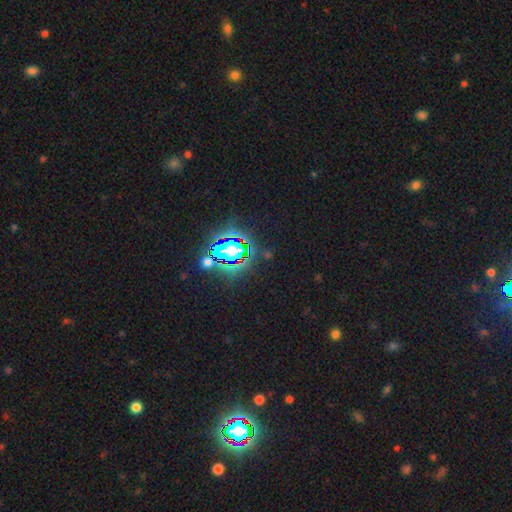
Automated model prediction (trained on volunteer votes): Q: Smooth or featured?
A: star or artifact (84%); runner-up: smooth (9%)